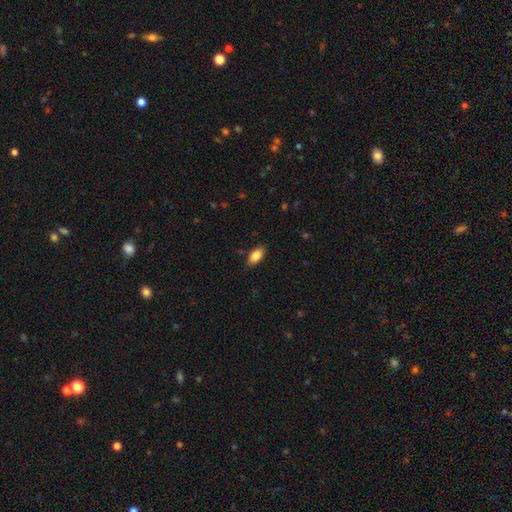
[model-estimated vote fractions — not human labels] A smooth galaxy with no disk features (84%) that is in between round and cigar-shaped (90%).

Vote fractions:
- Smooth or featured? smooth: 84% / featured or disk: 9% / star or artifact: 7%
- How rounded? in between: 90% / cigar-shaped: 6% / round: 4%
- Merging? none: 85% / minor disturbance: 11% / major disturbance: 2% / merger: 1%